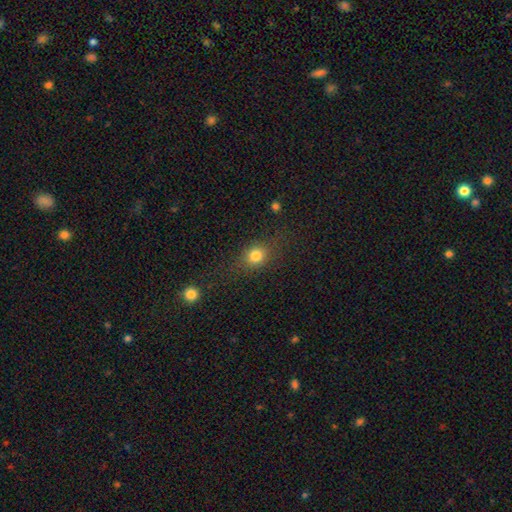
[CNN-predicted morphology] Q: Smooth or featured?
A: smooth (78%); runner-up: star or artifact (12%)
Q: How rounded?
A: round (65%); runner-up: in between (31%)
Q: Merging?
A: none (72%); runner-up: minor disturbance (15%)